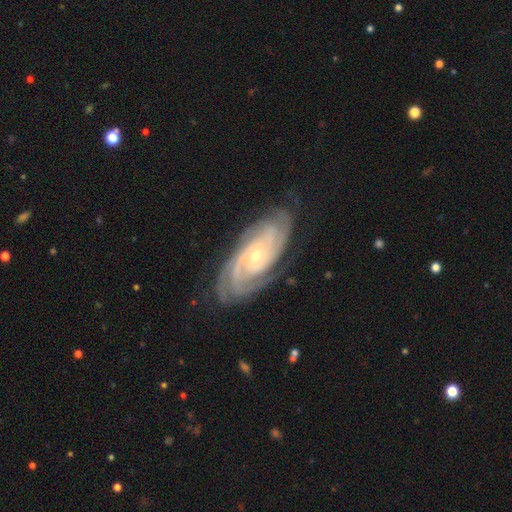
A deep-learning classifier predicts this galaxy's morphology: Q: Smooth or featured?
A: featured or disk (90%); runner-up: star or artifact (5%)
Q: Edge-on disk?
A: no (95%); runner-up: yes (5%)
Q: Bar?
A: no (69%); runner-up: weak (22%)
Q: Spiral arms?
A: yes (98%); runner-up: no (2%)
Q: Spiral winding?
A: tight (77%); runner-up: medium (20%)
Q: Spiral arm count?
A: 4 (28%); runner-up: 3 (23%)
Q: Bulge size?
A: small (77%); runner-up: moderate (19%)
Q: Merging?
A: none (79%); runner-up: minor disturbance (15%)